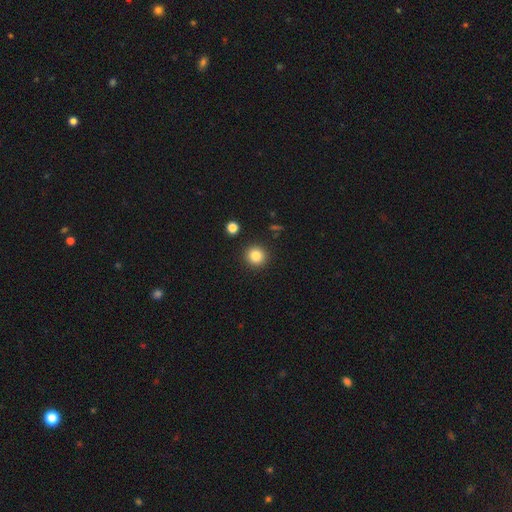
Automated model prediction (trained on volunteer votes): This is clearly a smooth galaxy (83%). How rounded: clearly round (93%). Merging: clearly none (91%).